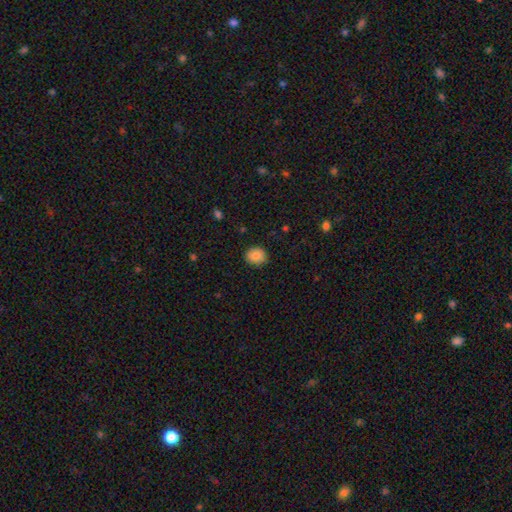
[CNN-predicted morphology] This appears to be a smooth galaxy with no disk features (85%) that is round (72%). Merging: none (88%).